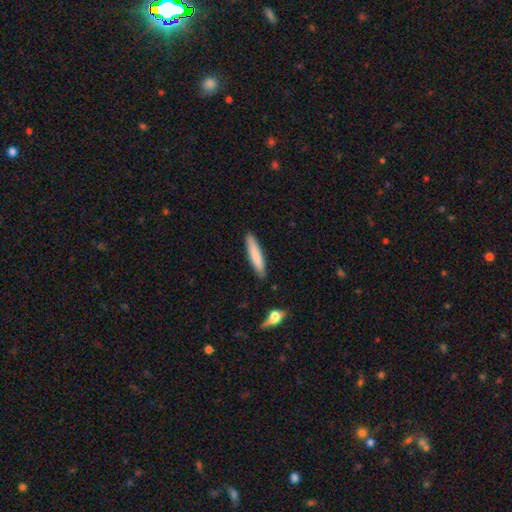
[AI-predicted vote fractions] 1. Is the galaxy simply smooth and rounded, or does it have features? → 79% smooth, 16% featured or disk, 6% star or artifact.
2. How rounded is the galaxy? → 87% cigar-shaped, 12% in between, 1% round.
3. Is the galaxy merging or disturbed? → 87% none, 9% minor disturbance, 2% merger, 2% major disturbance.